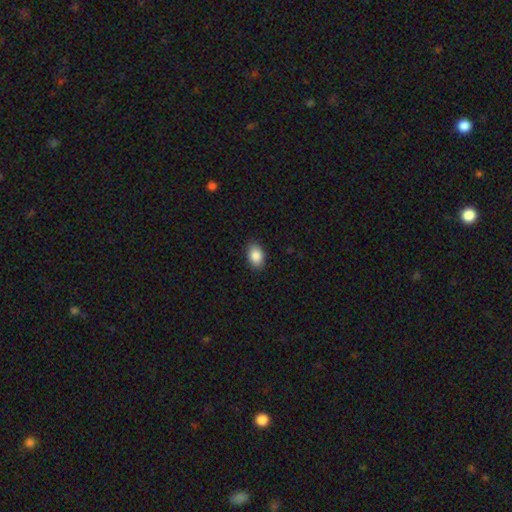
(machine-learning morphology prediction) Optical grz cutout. It shows a smooth galaxy with no disk features (88%) that is in between round and cigar-shaped (87%). Merging: none (88%).